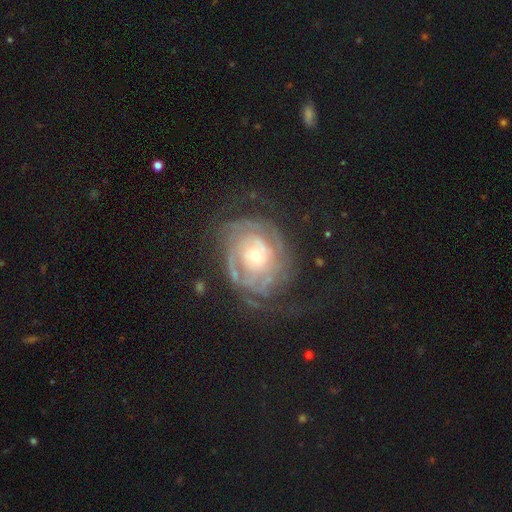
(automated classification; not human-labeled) A featured or disk galaxy (82%) with no bar (78%), tight (66%) spiral arms (85%) and a small central bulge (51%). Merging: none (57%).